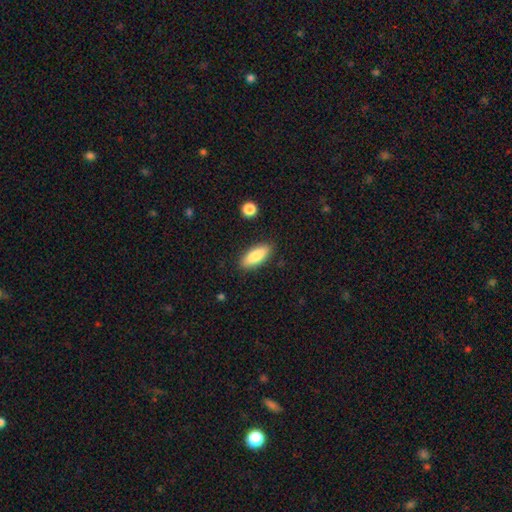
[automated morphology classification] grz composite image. It shows a smooth galaxy with no disk features (85%) that is in between round and cigar-shaped (75%). Merging: none (87%).